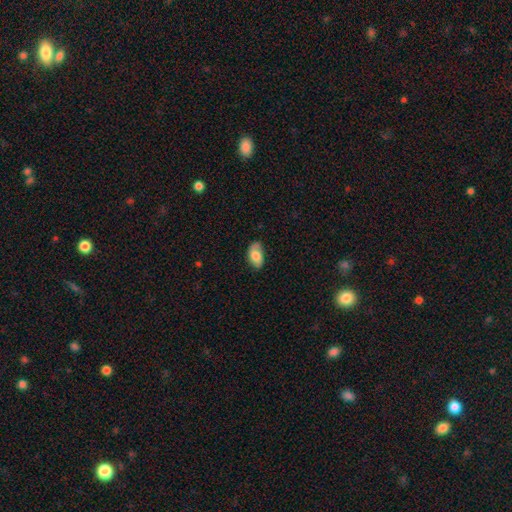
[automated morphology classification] Smooth or featured: smooth — 72% (featured or disk — 21%)
How rounded: in between — 93% (round — 5%)
Merging: none — 69% (minor disturbance — 24%)